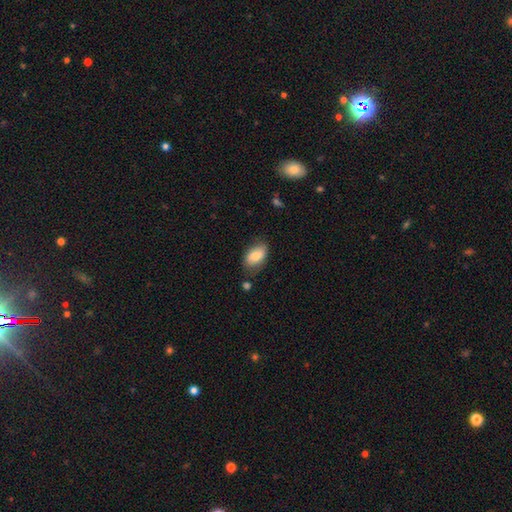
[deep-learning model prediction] Smooth or featured? Predicted: smooth (p=0.79). How rounded? Predicted: in between (p=0.92). Merging? Predicted: none (p=0.69).